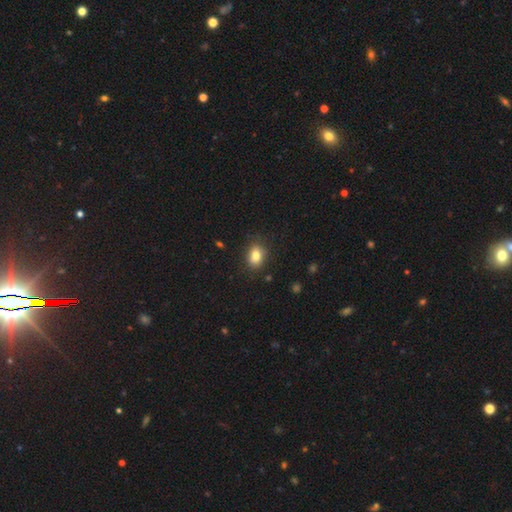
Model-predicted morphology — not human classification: Overall: smooth (81%). How rounded: in between (62%; round 36%). Merging: none (81%).